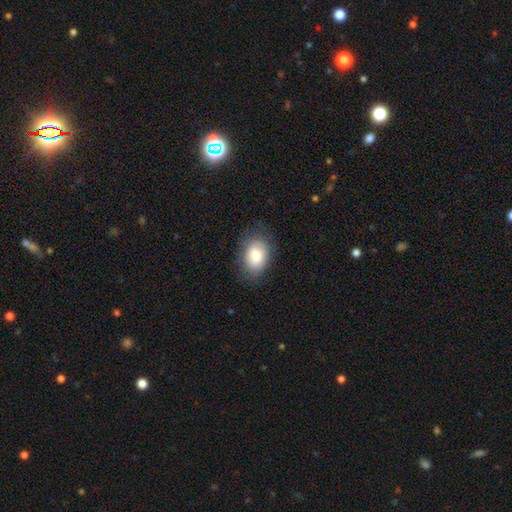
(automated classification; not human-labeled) This is clearly a smooth galaxy (83%). How rounded: likely in between (80%). Merging: likely none (76%).